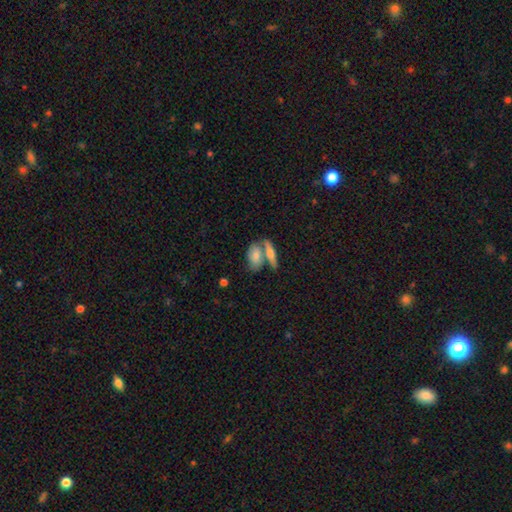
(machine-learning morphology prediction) Smooth or featured: smooth — 66% (featured or disk — 28%)
How rounded: in between — 76% (cigar-shaped — 18%)
Merging: merger — 45% (none — 41%)